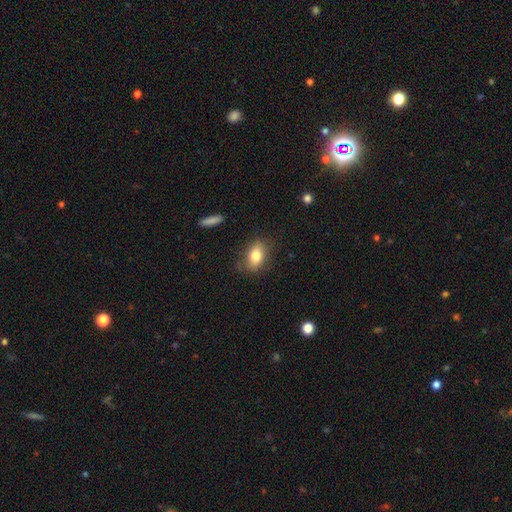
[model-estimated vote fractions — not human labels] Overall: smooth (82%). How rounded: in between (82%). Merging: none (80%).